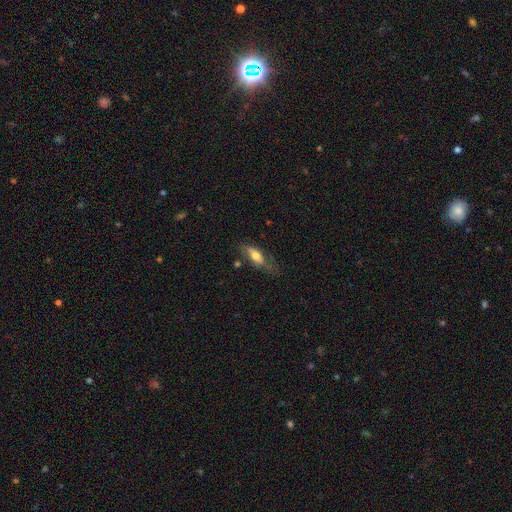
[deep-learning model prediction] Smooth or featured? Predicted: smooth (p=0.62). How rounded? Predicted: in between (p=0.68). Merging? Predicted: none (p=0.51).